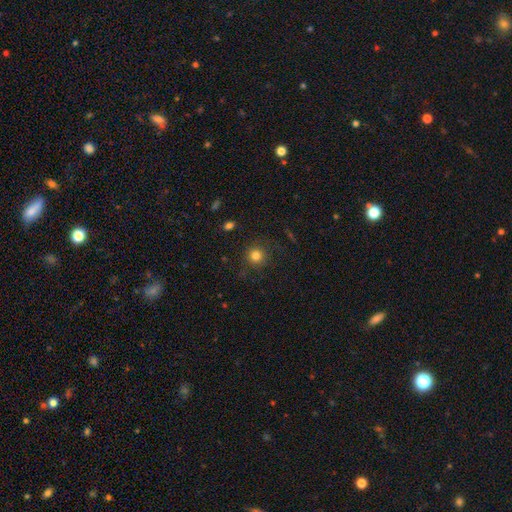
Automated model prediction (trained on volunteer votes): Smooth or featured: smooth — 80% (star or artifact — 14%)
How rounded: round — 93% (in between — 6%)
Merging: none — 86% (minor disturbance — 9%)